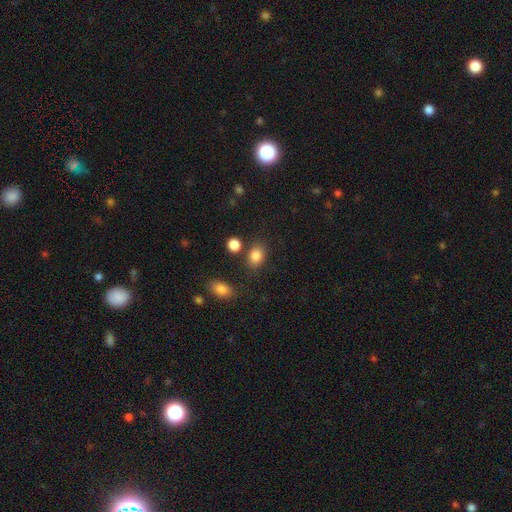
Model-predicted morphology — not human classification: A smooth galaxy with no disk features (84%) that is in between round and cigar-shaped (62%).

Vote fractions:
- Smooth or featured? smooth: 84% / star or artifact: 10% / featured or disk: 6%
- How rounded? in between: 62% / round: 37% / cigar-shaped: 1%
- Merging? none: 75% / minor disturbance: 12% / merger: 9% / major disturbance: 4%